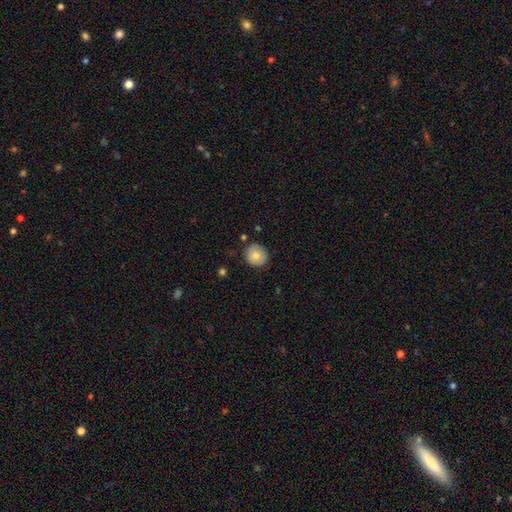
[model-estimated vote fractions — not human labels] Morphology: type=smooth (75%); roundness=round (91%); merging=none (86%).